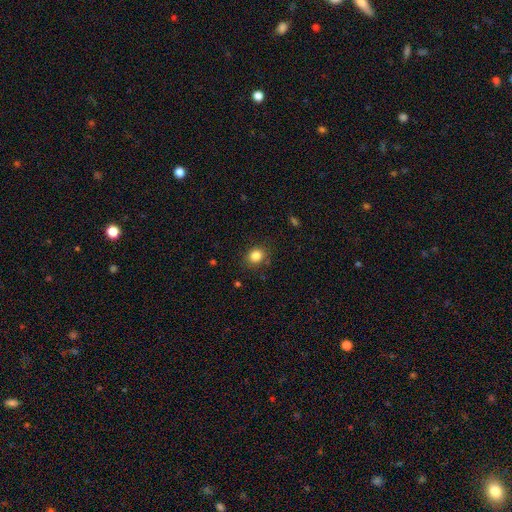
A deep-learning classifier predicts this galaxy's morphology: Smooth or featured? smooth (84%)
How rounded? round (70%)
Merging? none (85%)